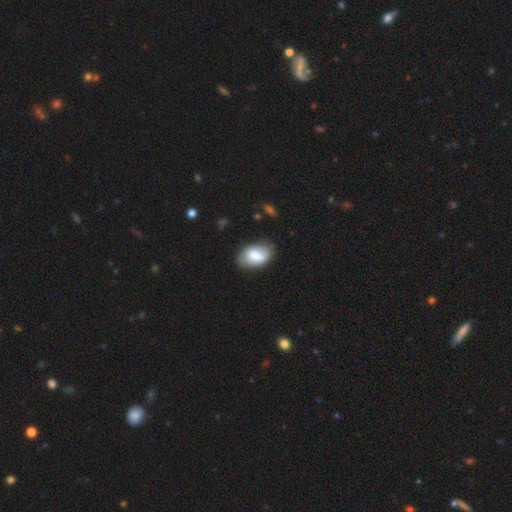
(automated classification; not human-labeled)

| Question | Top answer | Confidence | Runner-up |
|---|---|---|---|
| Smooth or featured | smooth | 71% | featured or disk (22%) |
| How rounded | in between | 91% | round (7%) |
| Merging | none | 77% | minor disturbance (17%) |